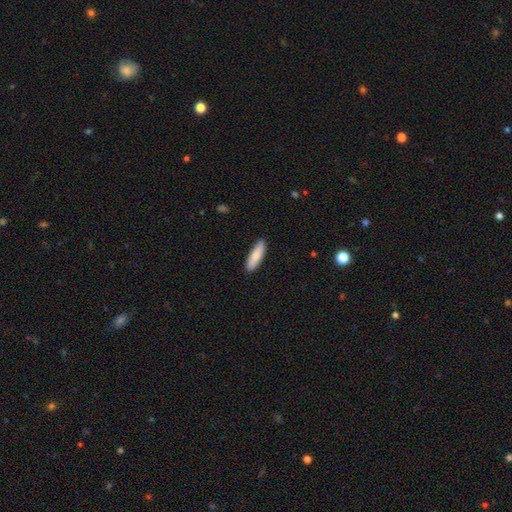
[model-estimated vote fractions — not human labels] smooth_or_featured: smooth (p=0.85) [alt: featured or disk p=0.09]
how_rounded: cigar-shaped (p=0.60) [alt: in between p=0.39]
merging: none (p=0.87) [alt: minor disturbance p=0.10]